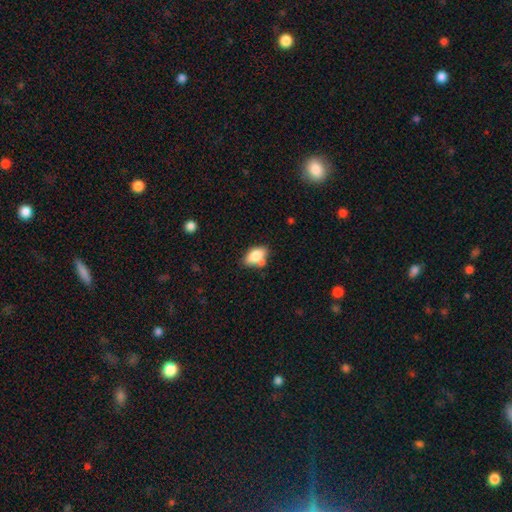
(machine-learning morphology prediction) smooth-or-featured: smooth: 79% | featured or disk: 13% | star or artifact: 8%
  how-rounded: in between: 89% | round: 7% | cigar-shaped: 4%
  merging: none: 58% | minor disturbance: 19% | merger: 19% | major disturbance: 5%